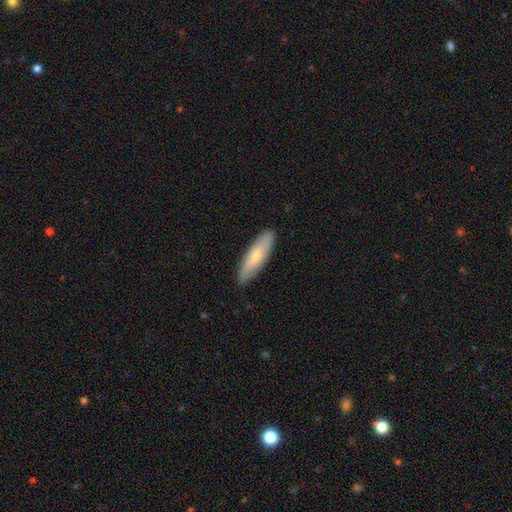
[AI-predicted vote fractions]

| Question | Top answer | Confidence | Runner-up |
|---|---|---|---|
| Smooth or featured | smooth | 64% | featured or disk (30%) |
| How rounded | cigar-shaped | 56% | in between (42%) |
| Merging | none | 85% | minor disturbance (12%) |